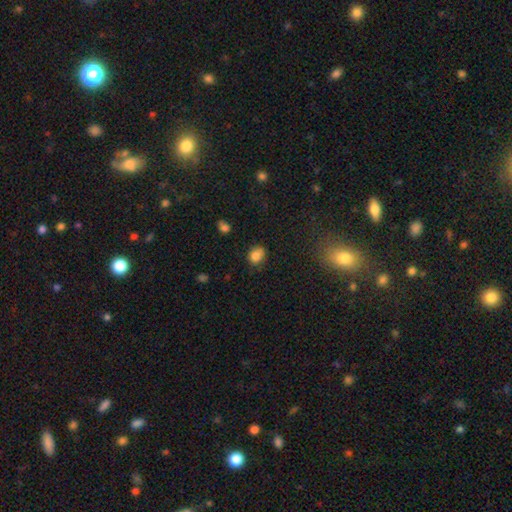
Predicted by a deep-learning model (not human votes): The model was most divided on "how rounded": in between: 50%, round: 48%, cigar-shaped: 1%. More confident: smooth or featured — smooth (82%); merging — none (66%).